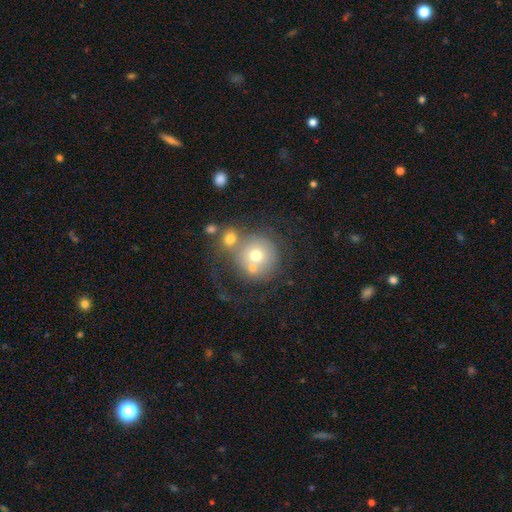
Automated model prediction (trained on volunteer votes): Morphology: type=smooth (60%); roundness=round (91%); merging=none (39%).